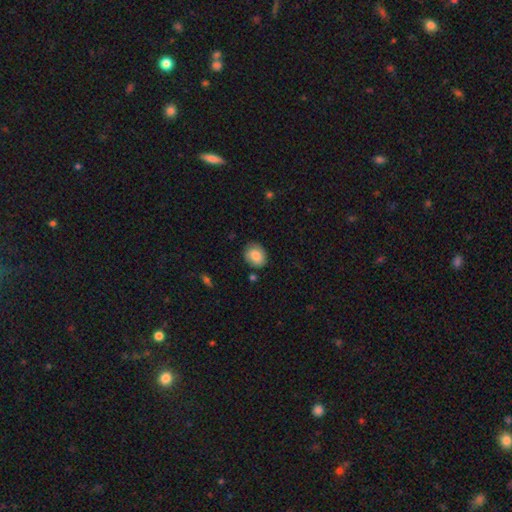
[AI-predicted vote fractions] Smooth or featured? Predicted: smooth (p=0.83). How rounded? Predicted: round (p=0.55). Merging? Predicted: none (p=0.80).